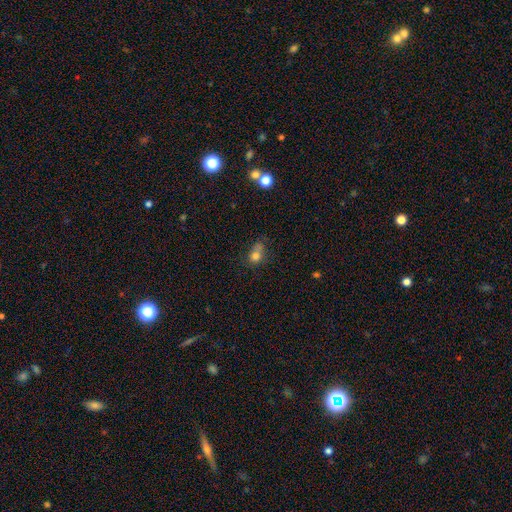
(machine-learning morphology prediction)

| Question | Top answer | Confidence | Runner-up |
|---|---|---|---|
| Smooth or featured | smooth | 75% | star or artifact (13%) |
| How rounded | in between | 52% | round (46%) |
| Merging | none | 39% | minor disturbance (28%) |